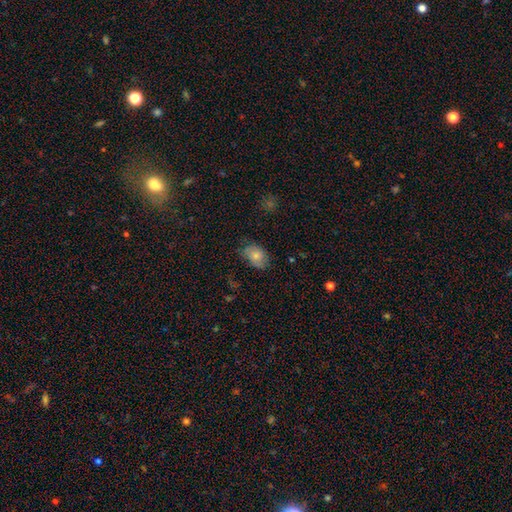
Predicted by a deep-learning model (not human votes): This appears to be a smooth galaxy with no disk features (78%) that is in between round and cigar-shaped (82%). Merging: none (66%).